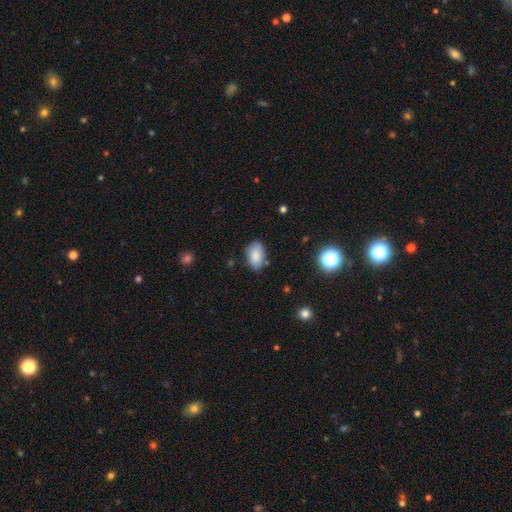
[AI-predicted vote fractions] This appears to be a smooth galaxy with no disk features (85%) that is in between round and cigar-shaped (91%). Merging: none (75%).